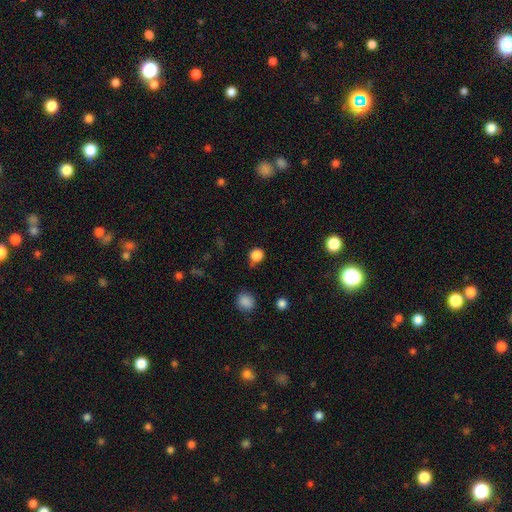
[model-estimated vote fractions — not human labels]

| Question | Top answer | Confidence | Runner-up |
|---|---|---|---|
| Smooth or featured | smooth | 82% | star or artifact (15%) |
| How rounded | round | 85% | in between (14%) |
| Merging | none | 80% | minor disturbance (13%) |